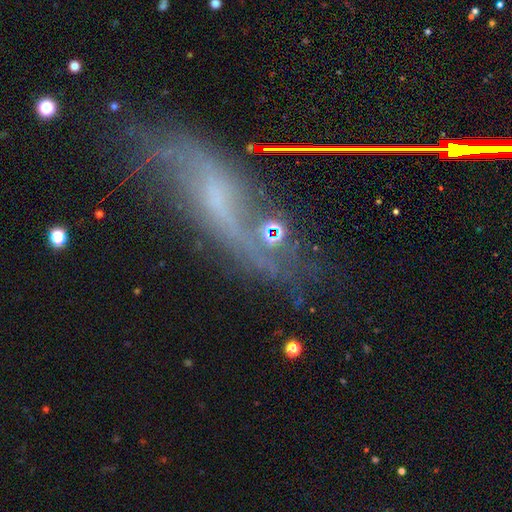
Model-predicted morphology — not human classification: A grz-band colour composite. It shows a featured or disk galaxy (67%) with no bar (44%), spiral arms (73%) and a small central bulge (44%). Merging: none (47%).